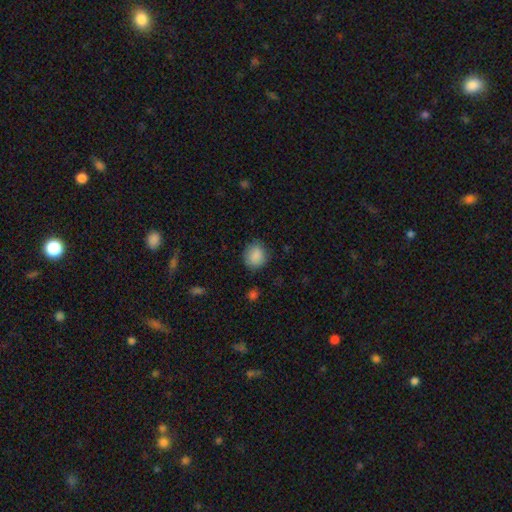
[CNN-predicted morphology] Overall: smooth (87%). How rounded: round (71%). Merging: none (80%).